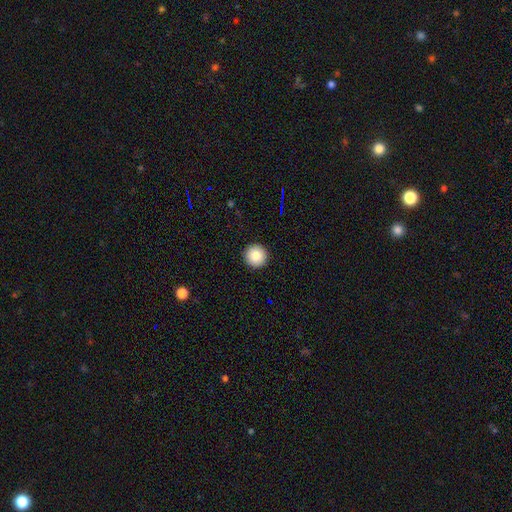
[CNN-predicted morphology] Overall: smooth (86%). How rounded: round (96%). Merging: none (93%).